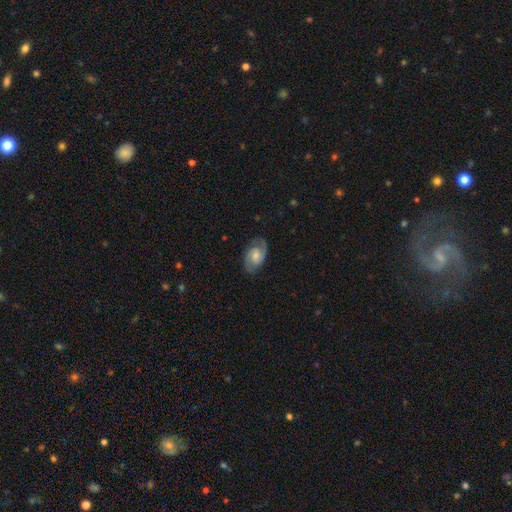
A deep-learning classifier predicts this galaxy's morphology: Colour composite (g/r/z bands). It shows a featured or disk galaxy (72%) with no bar (50%), 2 (88%) medium (50%) spiral arms (93%) and a moderate central bulge (45%). Merging: none (80%).